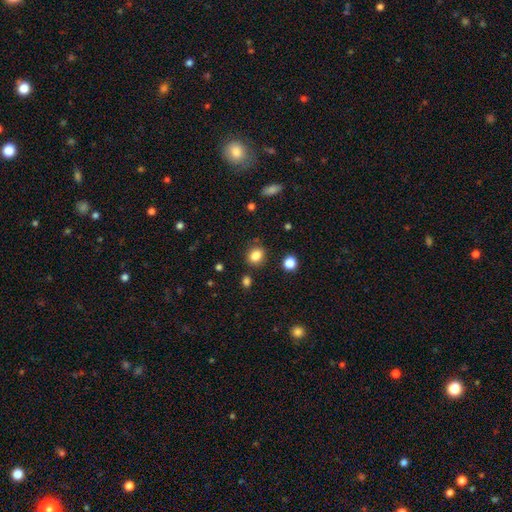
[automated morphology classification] smooth_or_featured: smooth (p=0.84) [alt: star or artifact p=0.11]
how_rounded: round (p=0.54) [alt: in between p=0.45]
merging: none (p=0.83) [alt: minor disturbance p=0.10]